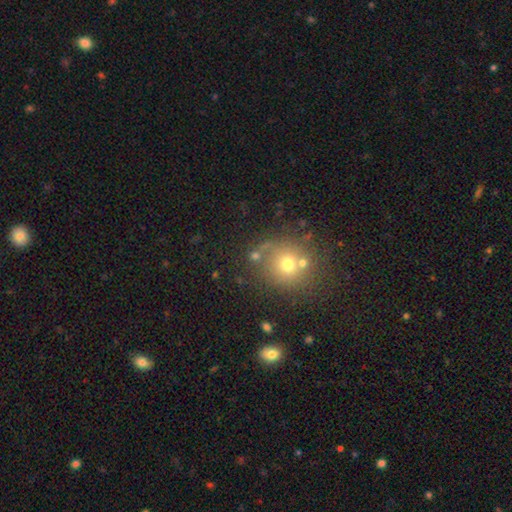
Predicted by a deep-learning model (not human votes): Overall: smooth (60%; star or artifact 24%). How rounded: round (83%). Merging: none (63%).